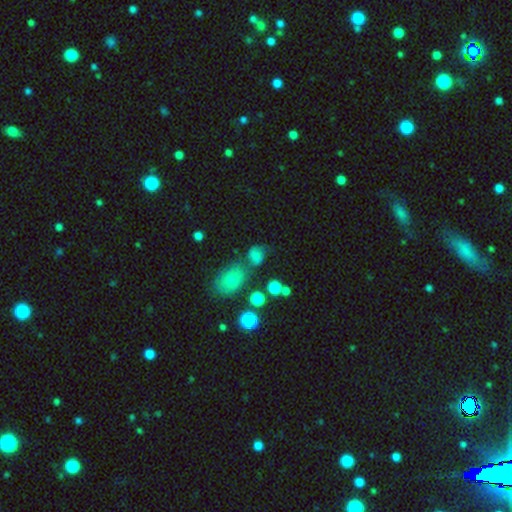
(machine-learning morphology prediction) smooth 70%, star or artifact 16%, featured or disk 13%. Down the decision tree: how rounded — round (55%); merging — none (48%).